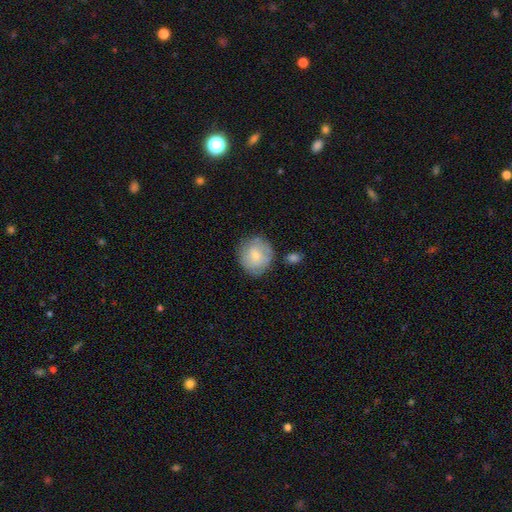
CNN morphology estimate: The model was most divided on "smooth or featured": smooth: 63%, featured or disk: 30%, star or artifact: 7%. More confident: how rounded — round (79%); merging — none (70%).